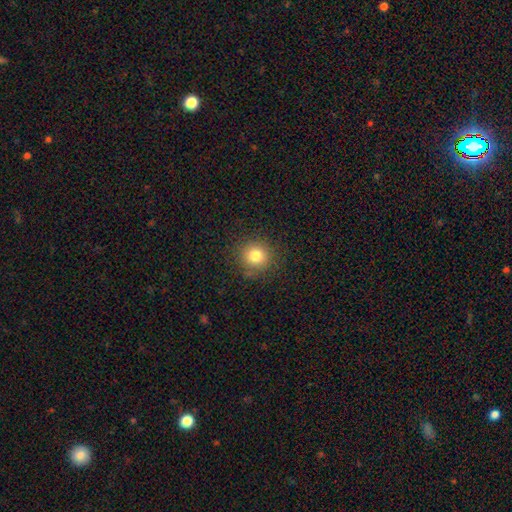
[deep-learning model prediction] smooth_or_featured: smooth (p=0.80) [alt: star or artifact p=0.13]
how_rounded: round (p=0.93) [alt: in between p=0.06]
merging: none (p=0.88) [alt: minor disturbance p=0.08]